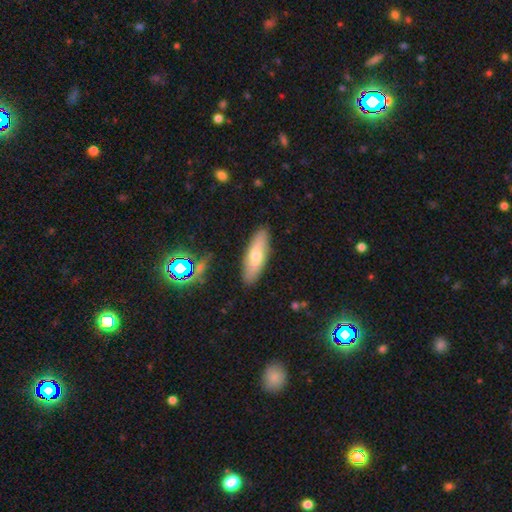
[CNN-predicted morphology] smooth-or-featured: smooth: 62% | featured or disk: 29% | star or artifact: 9%
  how-rounded: in between: 52% | cigar-shaped: 46% | round: 2%
  merging: none: 87% | minor disturbance: 9% | major disturbance: 2% | merger: 2%